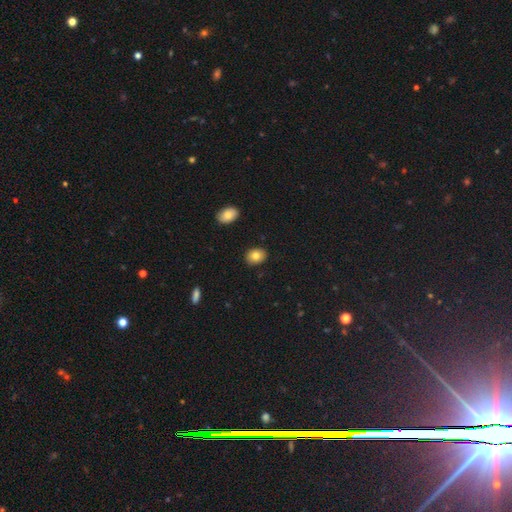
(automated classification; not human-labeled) Q: Smooth or featured?
A: smooth (82%); runner-up: star or artifact (9%)
Q: How rounded?
A: in between (60%); runner-up: round (39%)
Q: Merging?
A: none (88%); runner-up: minor disturbance (9%)